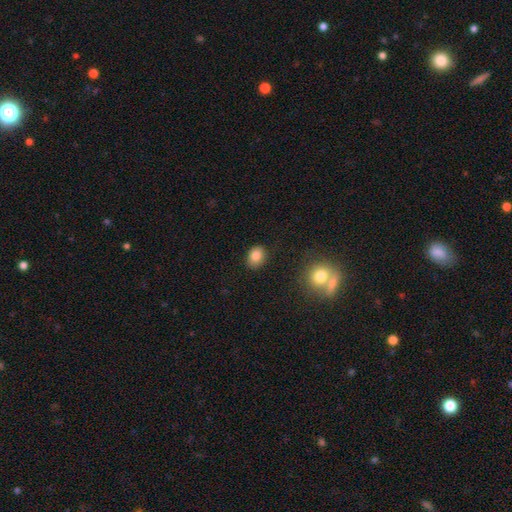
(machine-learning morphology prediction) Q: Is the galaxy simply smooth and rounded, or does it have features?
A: smooth — 83%.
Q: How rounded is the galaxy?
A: in between — 59%.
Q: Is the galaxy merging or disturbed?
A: none — 86%.